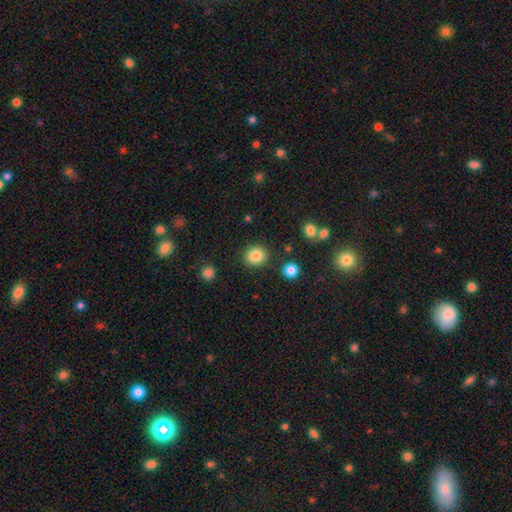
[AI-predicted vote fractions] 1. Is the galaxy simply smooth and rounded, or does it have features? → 85% smooth, 10% star or artifact, 5% featured or disk.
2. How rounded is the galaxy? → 85% round, 14% in between, 1% cigar-shaped.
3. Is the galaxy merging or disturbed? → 88% none, 7% minor disturbance, 3% merger, 3% major disturbance.